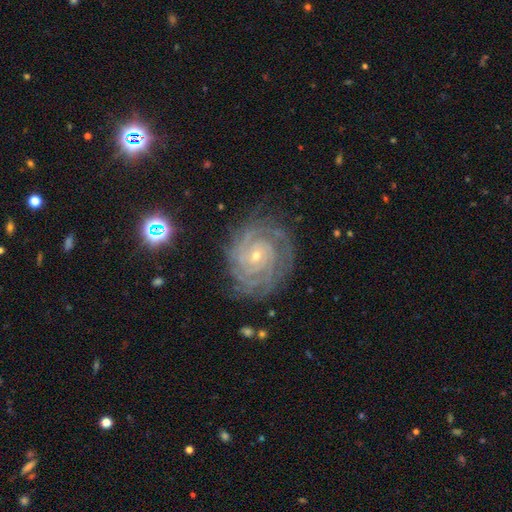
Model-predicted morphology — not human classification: Smooth or featured?
  - featured or disk: 89% *
  - star or artifact: 6%
  - smooth: 5%
Edge-on disk?
  - no: 97% *
  - yes: 3%
Bar?
  - no: 74% *
  - weak: 20%
  - strong: 7%
Spiral arms?
  - yes: 98% *
  - no: 2%
Spiral winding?
  - tight: 83% *
  - medium: 15%
  - loose: 2%
Spiral arm count?
  - can't tell: 23% *
  - 3: 21%
  - 2: 20%
  - 4: 19%
  - more than 4: 10%
  - 1: 7%
Bulge size?
  - small: 76% *
  - moderate: 21%
  - large: 1%
  - none: 1%
  - dominant: 1%
Merging?
  - none: 76% *
  - minor disturbance: 17%
  - major disturbance: 6%
  - merger: 1%